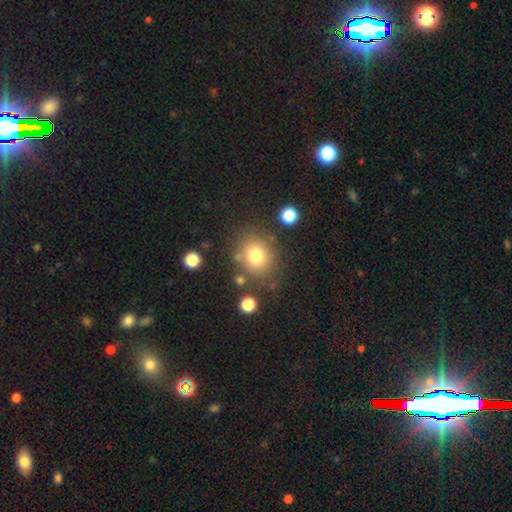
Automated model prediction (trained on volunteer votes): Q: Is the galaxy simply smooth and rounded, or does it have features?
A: smooth — 76%.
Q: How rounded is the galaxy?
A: round — 76%.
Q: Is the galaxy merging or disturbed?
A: none — 76%.